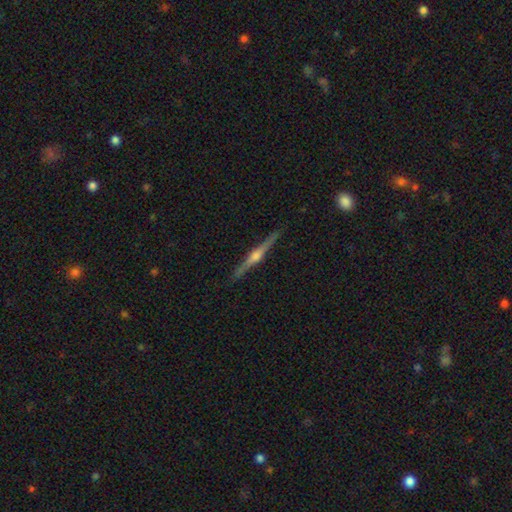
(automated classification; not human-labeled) Q: Smooth or featured?
A: featured or disk (85%); runner-up: smooth (10%)
Q: Edge-on disk?
A: yes (99%); runner-up: no (1%)
Q: Edge-on bulge?
A: rounded (91%); runner-up: boxy (6%)
Q: Merging?
A: none (92%); runner-up: minor disturbance (6%)